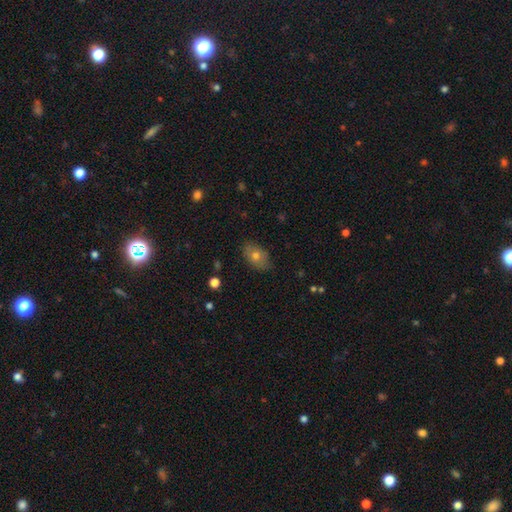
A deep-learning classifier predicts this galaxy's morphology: This is likely a smooth galaxy (70%). How rounded: clearly in between (85%). Merging: clearly none (83%).